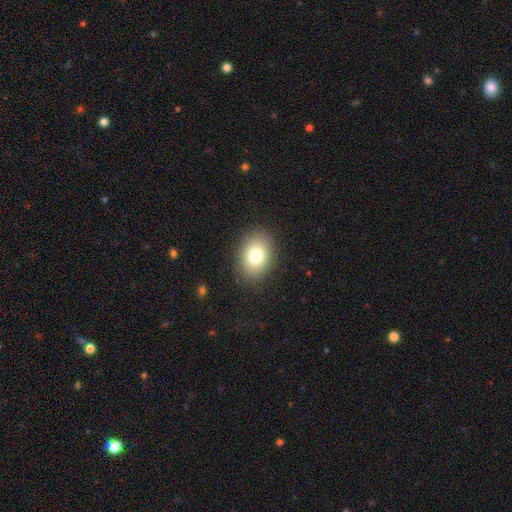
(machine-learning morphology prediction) Smooth or featured? smooth (79%)
How rounded? in between (73%)
Merging? none (87%)